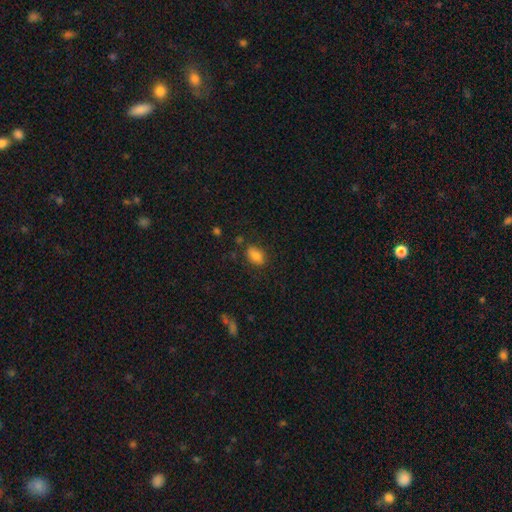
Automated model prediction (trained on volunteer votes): The model was most divided on "merging": none: 75%, minor disturbance: 16%, merger: 4%, major disturbance: 4%. More confident: how rounded — in between (86%); smooth or featured — smooth (82%).